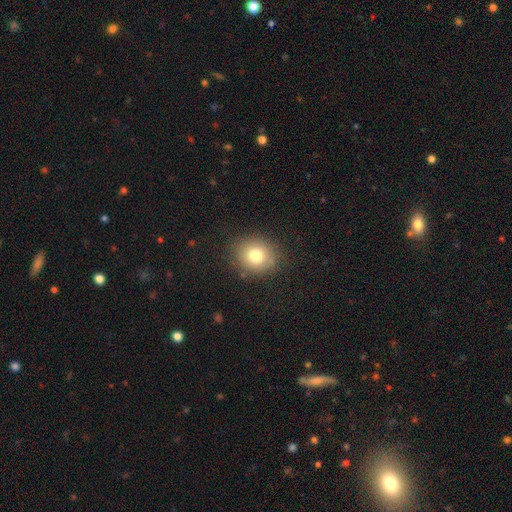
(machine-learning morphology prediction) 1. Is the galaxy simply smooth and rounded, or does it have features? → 77% smooth, 12% star or artifact, 11% featured or disk.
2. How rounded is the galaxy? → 72% round, 27% in between, 1% cigar-shaped.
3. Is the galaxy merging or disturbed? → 84% none, 11% minor disturbance, 4% major disturbance, 1% merger.